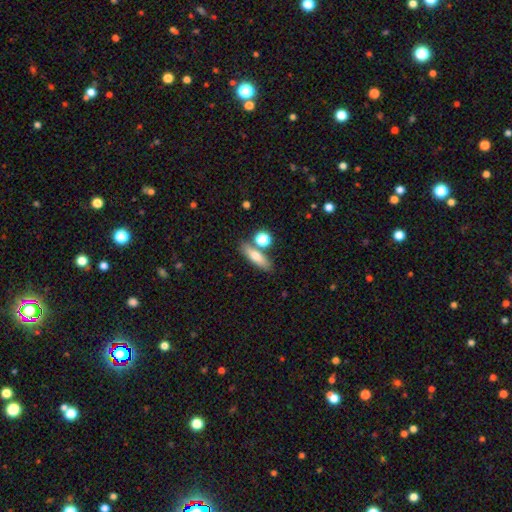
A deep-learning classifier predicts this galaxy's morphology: Smooth or featured? Predicted: smooth (p=0.71). How rounded? Predicted: cigar-shaped (p=0.48). Merging? Predicted: none (p=0.70).